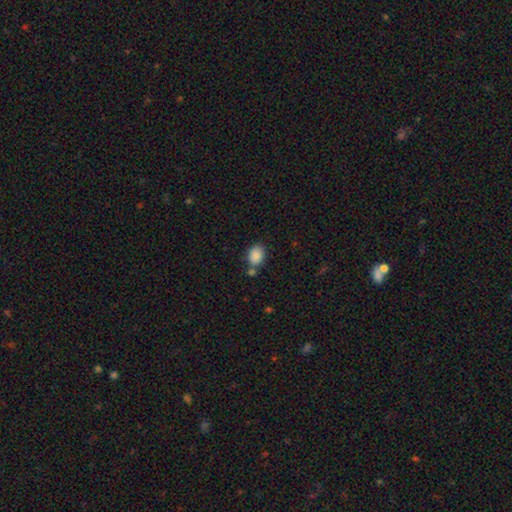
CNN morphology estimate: smooth 88%, star or artifact 8%, featured or disk 4%. Down the decision tree: how rounded — in between (71%); merging — none (64%).